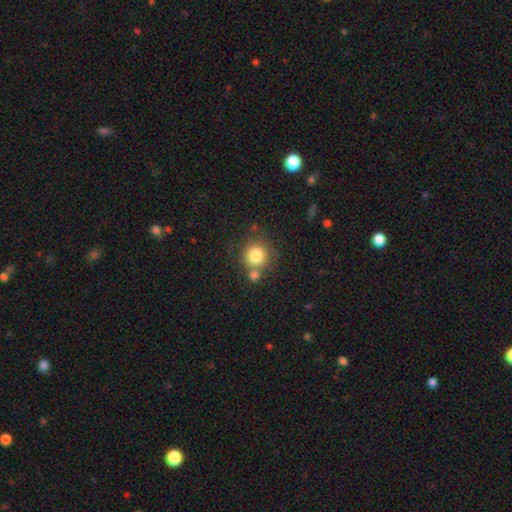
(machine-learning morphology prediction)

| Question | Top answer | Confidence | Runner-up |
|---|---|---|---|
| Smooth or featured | smooth | 81% | star or artifact (11%) |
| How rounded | round | 90% | in between (9%) |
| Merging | none | 63% | merger (24%) |